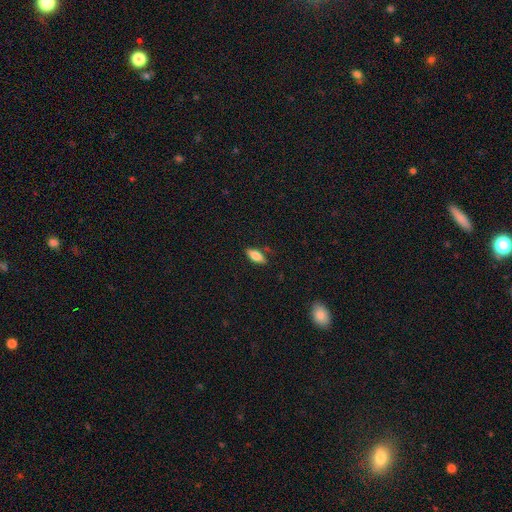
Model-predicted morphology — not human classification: Smooth or featured?
  - smooth: 78% *
  - featured or disk: 15%
  - star or artifact: 7%
How rounded?
  - in between: 80% *
  - cigar-shaped: 18%
  - round: 2%
Merging?
  - none: 79% *
  - minor disturbance: 15%
  - major disturbance: 3%
  - merger: 2%